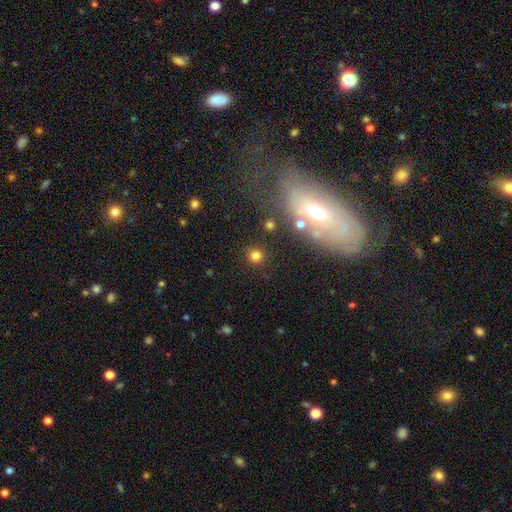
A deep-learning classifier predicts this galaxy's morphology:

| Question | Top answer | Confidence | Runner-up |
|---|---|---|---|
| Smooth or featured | smooth | 77% | star or artifact (16%) |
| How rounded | round | 93% | in between (6%) |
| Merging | none | 86% | minor disturbance (6%) |